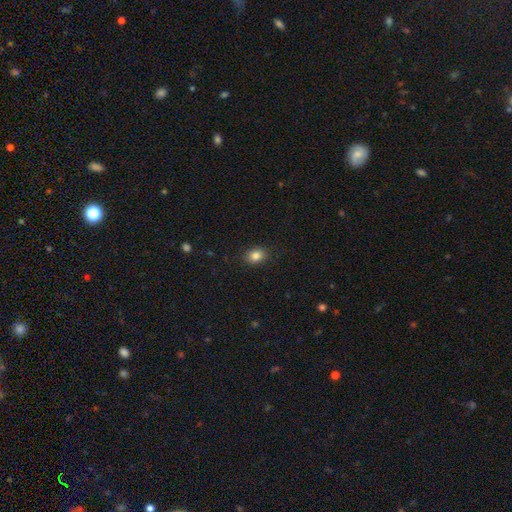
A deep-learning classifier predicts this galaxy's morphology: A smooth galaxy with no disk features (85%) that is in between round and cigar-shaped (57%). Merging: none (88%).